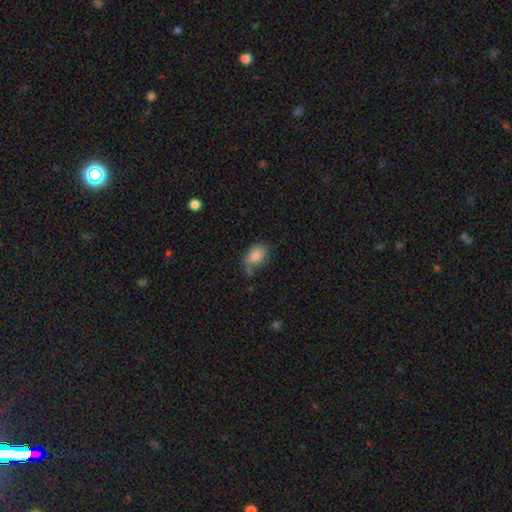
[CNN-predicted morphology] Q: Smooth or featured?
A: smooth (86%); runner-up: star or artifact (8%)
Q: How rounded?
A: in between (85%); runner-up: round (13%)
Q: Merging?
A: none (57%); runner-up: minor disturbance (26%)